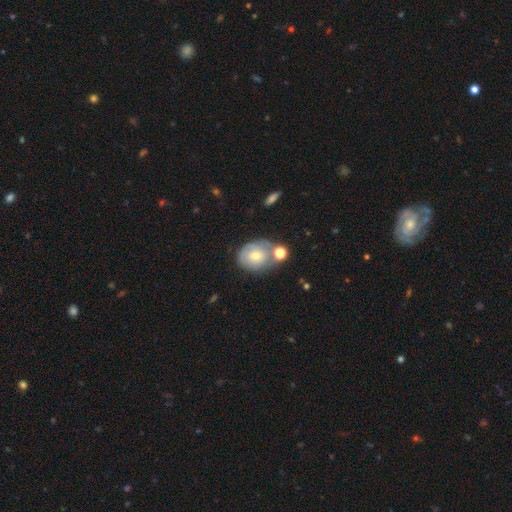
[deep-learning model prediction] smooth 52%, featured or disk 39%, star or artifact 9%. Down the decision tree: how rounded — round (50%); merging — none (49%).